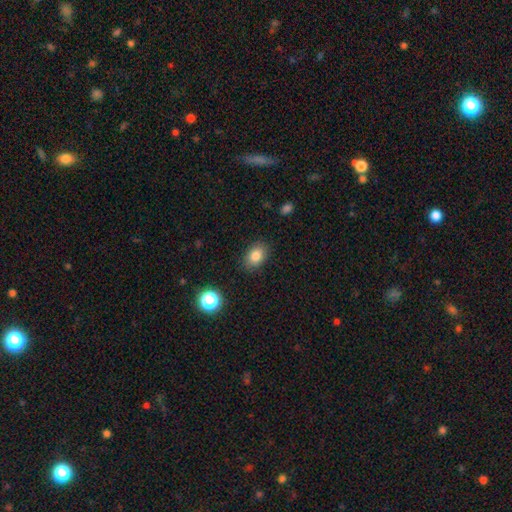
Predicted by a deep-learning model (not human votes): A smooth galaxy with no disk features (82%) that is in between round and cigar-shaped (75%).

Vote fractions:
- Smooth or featured? smooth: 82% / star or artifact: 10% / featured or disk: 7%
- How rounded? in between: 75% / round: 24% / cigar-shaped: 1%
- Merging? none: 86% / minor disturbance: 10% / major disturbance: 3% / merger: 1%